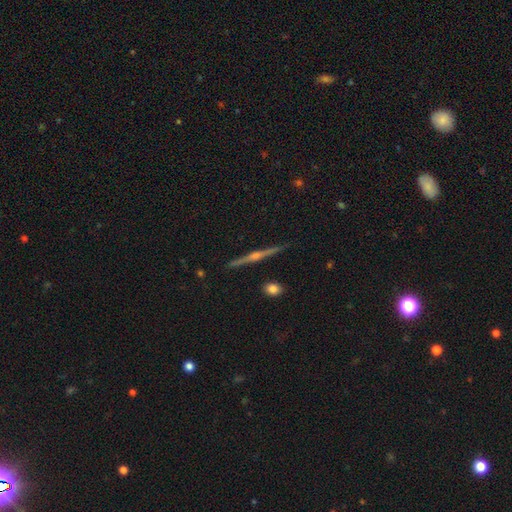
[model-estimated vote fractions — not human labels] Morphology: type=featured or disk (75%); edge-on=yes (97%); edge-on bulge=rounded (83%); merging=none (88%).